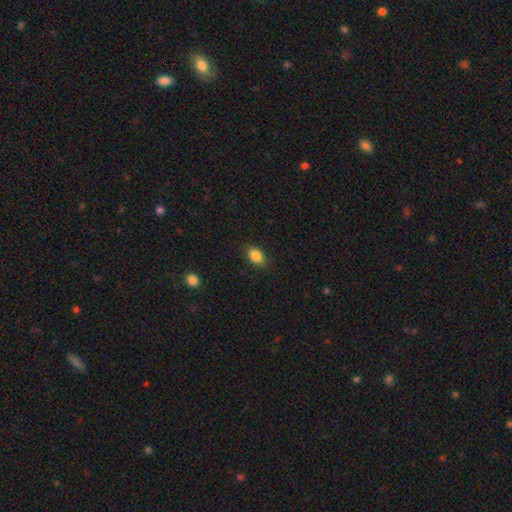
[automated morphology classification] Smooth or featured?
  - smooth: 85% *
  - star or artifact: 9%
  - featured or disk: 6%
How rounded?
  - in between: 78% *
  - round: 20%
  - cigar-shaped: 2%
Merging?
  - none: 84% *
  - minor disturbance: 12%
  - major disturbance: 3%
  - merger: 1%